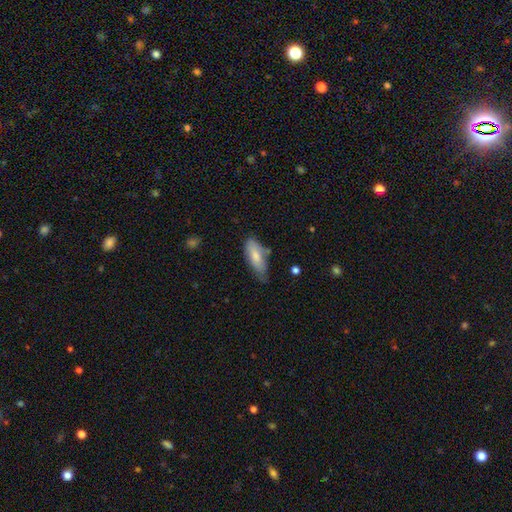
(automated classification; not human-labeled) smooth-or-featured: smooth: 76% | featured or disk: 19% | star or artifact: 6%
  how-rounded: in between: 73% | cigar-shaped: 25% | round: 2%
  merging: none: 51% | minor disturbance: 36% | major disturbance: 8% | merger: 5%